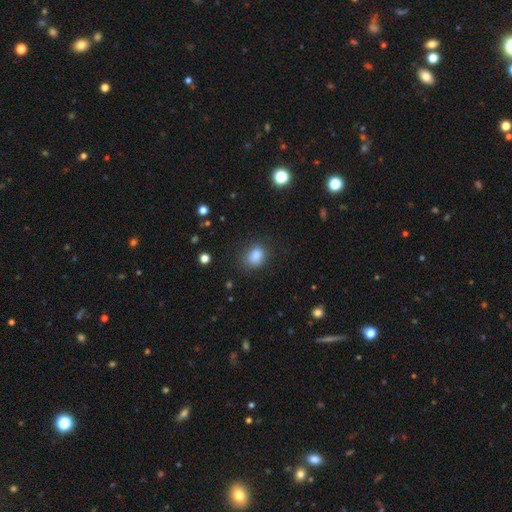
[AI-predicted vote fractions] Smooth or featured: smooth — 85% (star or artifact — 10%)
How rounded: in between — 61% (round — 38%)
Merging: none — 75% (minor disturbance — 18%)